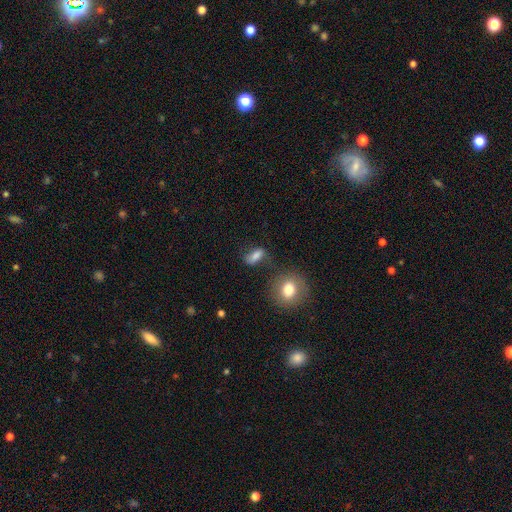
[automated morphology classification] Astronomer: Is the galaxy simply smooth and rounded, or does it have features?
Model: smooth — 74%.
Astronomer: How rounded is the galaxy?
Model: in between — 76%.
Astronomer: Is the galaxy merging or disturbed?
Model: none — 58%.